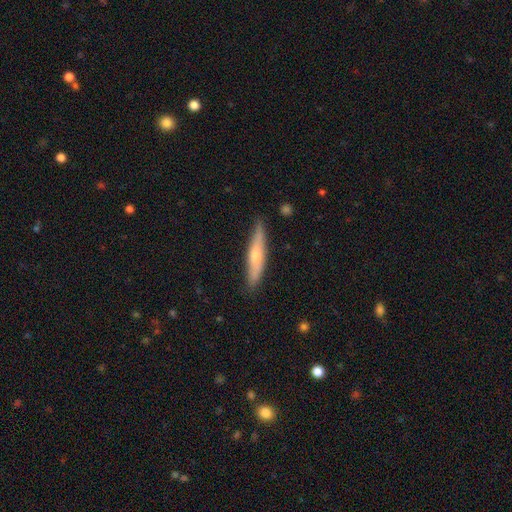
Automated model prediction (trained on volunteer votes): This is possibly a smooth galaxy (47%, tied with featured or disk). Merging: clearly none (86%).